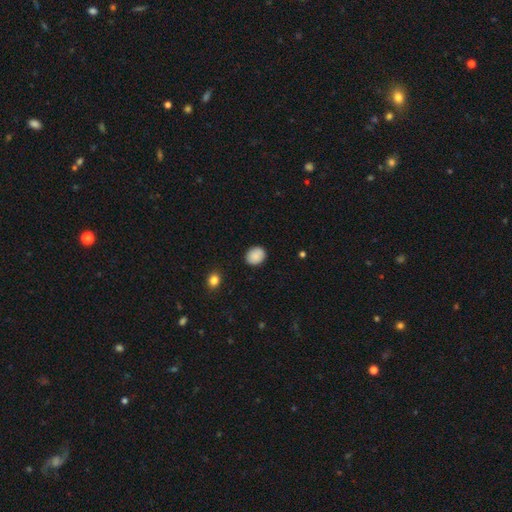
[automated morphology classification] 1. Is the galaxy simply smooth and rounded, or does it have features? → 89% smooth, 8% star or artifact, 4% featured or disk.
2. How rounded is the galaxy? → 63% round, 36% in between, 1% cigar-shaped.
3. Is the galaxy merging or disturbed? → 88% none, 9% minor disturbance, 2% major disturbance, 1% merger.